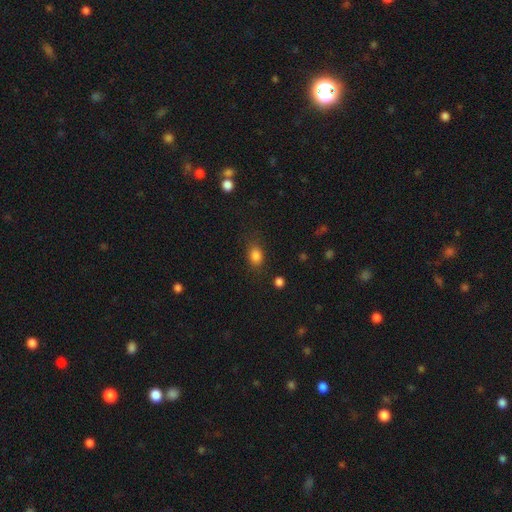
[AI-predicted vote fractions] This is clearly a smooth galaxy (83%). How rounded: likely in between (69%). Merging: likely none (77%).